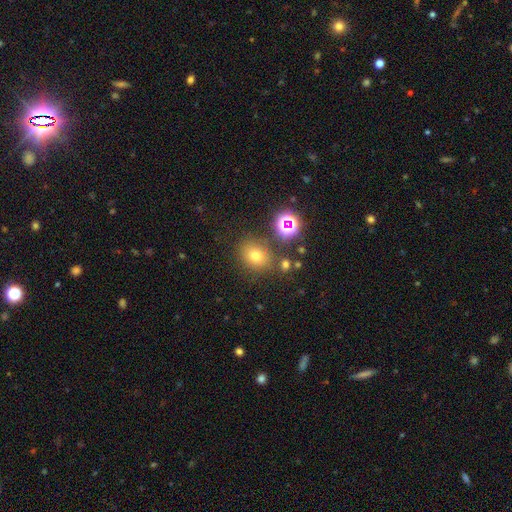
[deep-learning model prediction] Overall: smooth (67%). How rounded: round (68%; in between 31%). Merging: none (77%).